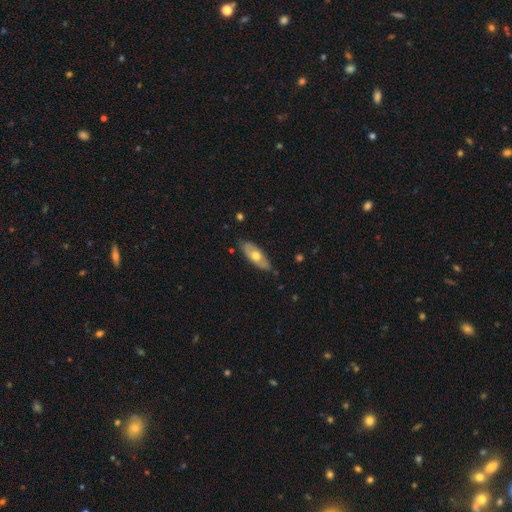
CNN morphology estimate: A smooth galaxy with no disk features (52%) that is in between round and cigar-shaped (80%). Merging: none (78%).